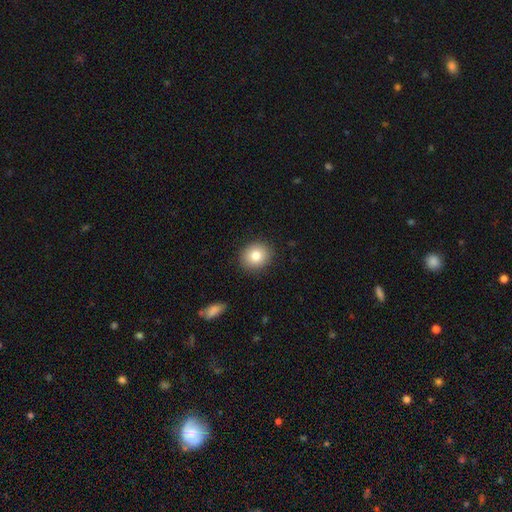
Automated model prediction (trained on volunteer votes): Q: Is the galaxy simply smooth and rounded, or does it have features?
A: smooth — 82%.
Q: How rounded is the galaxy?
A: round — 70%.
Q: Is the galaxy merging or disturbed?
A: none — 89%.